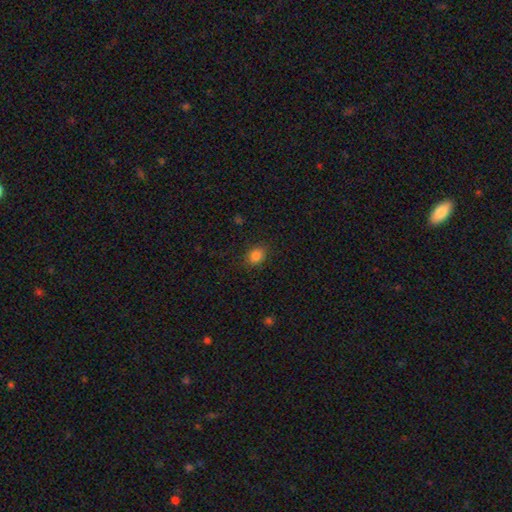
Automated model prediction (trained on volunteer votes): Smooth or featured? Predicted: smooth (p=0.84). How rounded? Predicted: in between (p=0.54). Merging? Predicted: none (p=0.85).